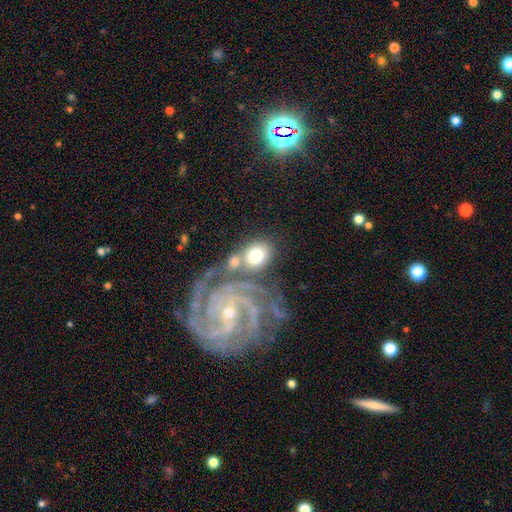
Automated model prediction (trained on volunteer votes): Overall: smooth (53%; featured or disk 40%). How rounded: in between (59%; round 39%). Merging: none (42%; merger 33%).